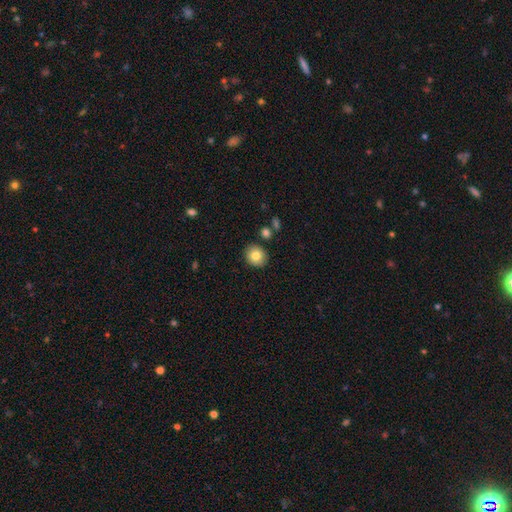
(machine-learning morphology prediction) type=smooth (80%); roundness=round (76%); merging=none (87%).